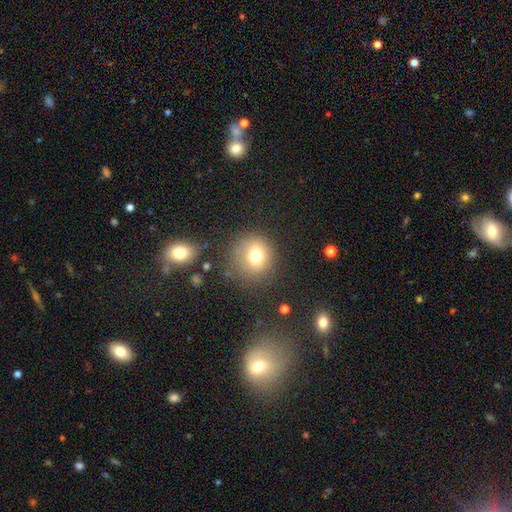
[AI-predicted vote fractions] This appears to be a smooth galaxy with no disk features (74%) that is round (87%). Merging: none (76%).